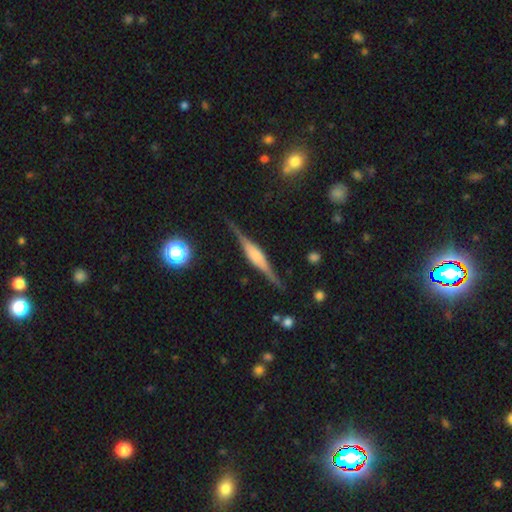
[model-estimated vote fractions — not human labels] This is clearly a featured or disk galaxy (81%). It is clearly viewed edge-on (98%). Edge-on bulge: possibly rounded (56%). Merging: clearly none (85%).